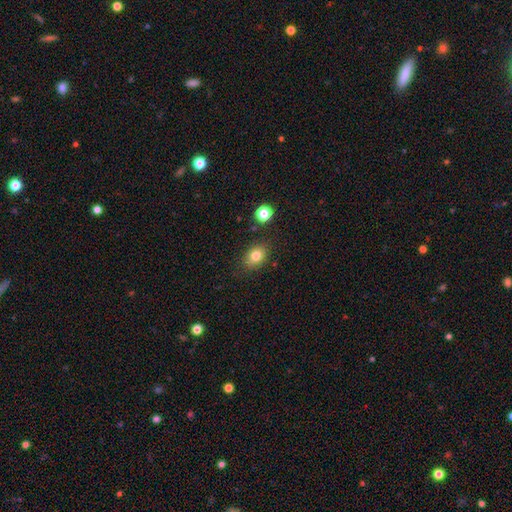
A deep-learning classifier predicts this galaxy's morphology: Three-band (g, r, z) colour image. It shows a smooth galaxy with no disk features (80%) that is in between round and cigar-shaped (72%). Merging: none (81%).